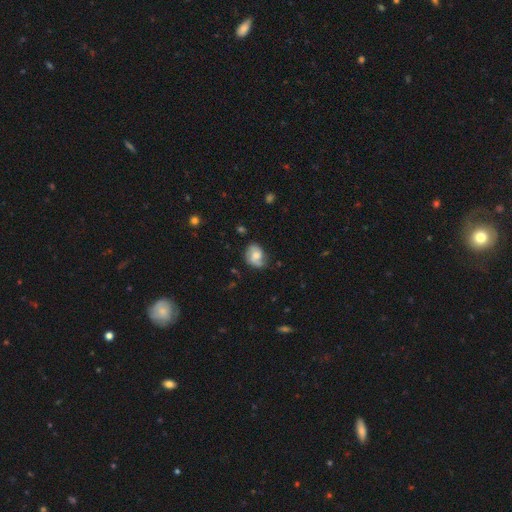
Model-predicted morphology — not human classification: A featured or disk galaxy (50%).

Vote fractions:
- Smooth or featured? featured or disk: 50% / smooth: 42% / star or artifact: 8%
- Merging? none: 63% / minor disturbance: 27% / major disturbance: 8% / merger: 2%